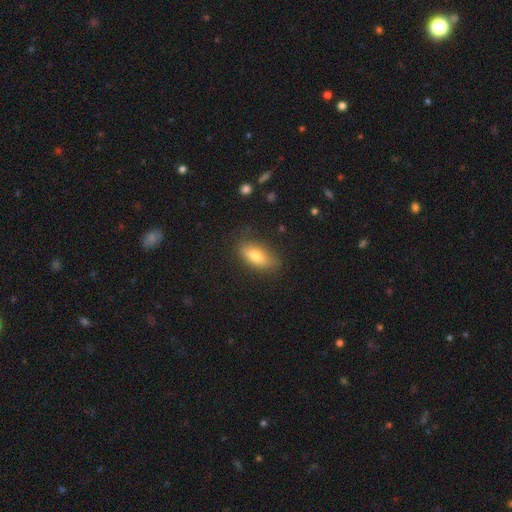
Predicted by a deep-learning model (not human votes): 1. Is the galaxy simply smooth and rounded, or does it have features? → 75% smooth, 17% featured or disk, 8% star or artifact.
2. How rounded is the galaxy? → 80% in between, 17% cigar-shaped, 4% round.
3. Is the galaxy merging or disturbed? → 80% none, 15% minor disturbance, 4% major disturbance, 1% merger.